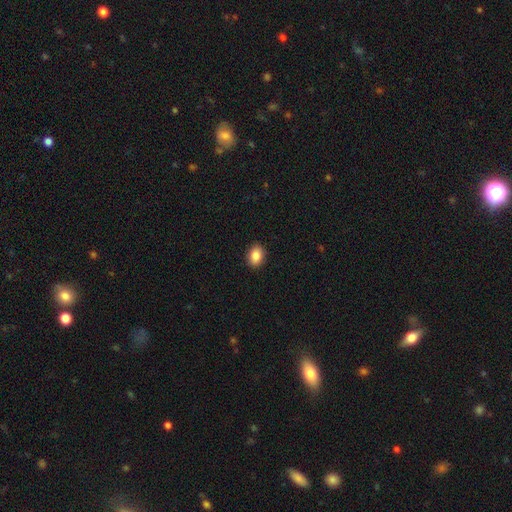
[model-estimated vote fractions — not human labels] Smooth or featured?
  - smooth: 87% *
  - star or artifact: 8%
  - featured or disk: 5%
How rounded?
  - in between: 69% *
  - round: 30%
  - cigar-shaped: 1%
Merging?
  - none: 91% *
  - minor disturbance: 7%
  - major disturbance: 2%
  - merger: 1%